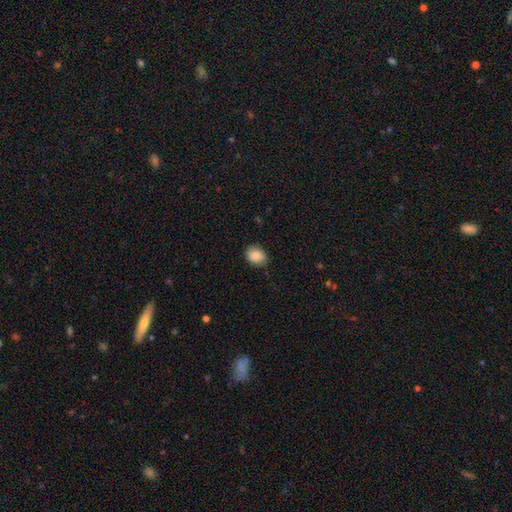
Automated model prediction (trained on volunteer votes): Morphology: type=smooth (84%); roundness=round (53%); merging=none (75%).